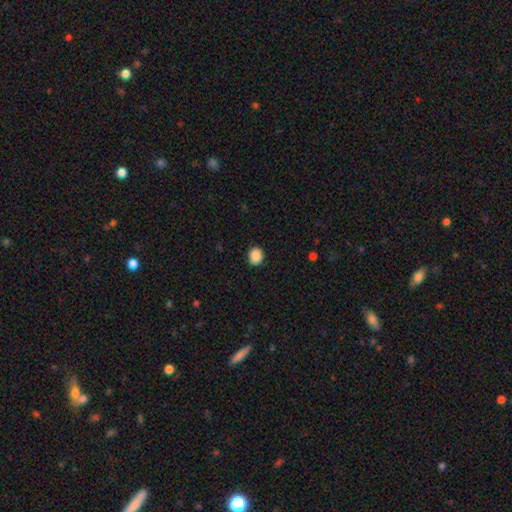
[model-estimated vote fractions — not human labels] Q: Smooth or featured?
A: smooth (89%); runner-up: star or artifact (9%)
Q: How rounded?
A: round (71%); runner-up: in between (28%)
Q: Merging?
A: none (89%); runner-up: minor disturbance (7%)